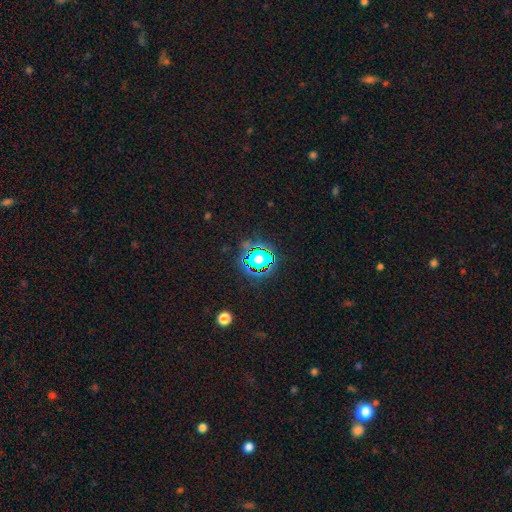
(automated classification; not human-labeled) Morphology: type=star or artifact (75%).